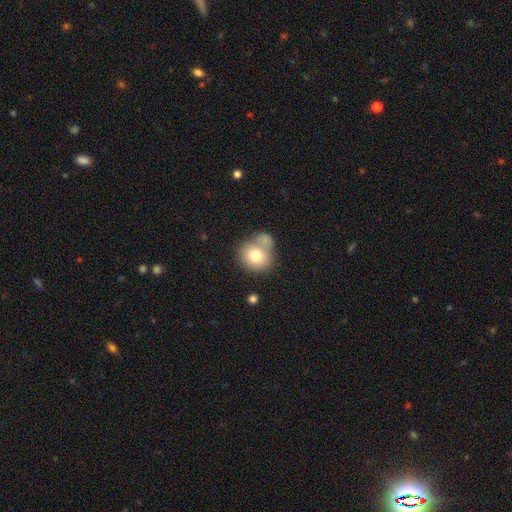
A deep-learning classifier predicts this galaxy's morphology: smooth-or-featured: smooth: 75% | featured or disk: 16% | star or artifact: 9%
  how-rounded: round: 80% | in between: 19% | cigar-shaped: 1%
  merging: none: 42% | merger: 35% | minor disturbance: 15% | major disturbance: 7%